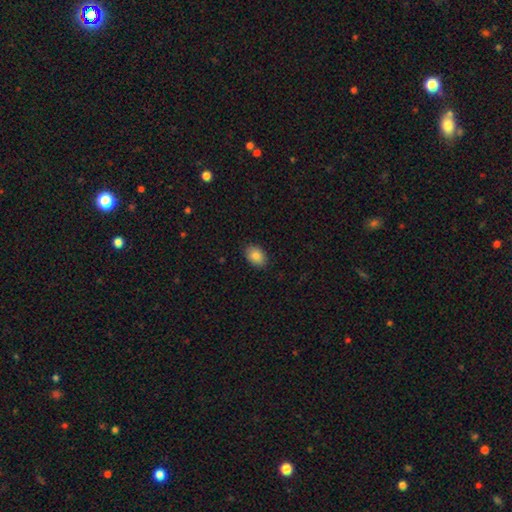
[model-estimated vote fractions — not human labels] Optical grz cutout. It shows a smooth galaxy with no disk features (86%) that is in between round and cigar-shaped (79%). Merging: none (88%).